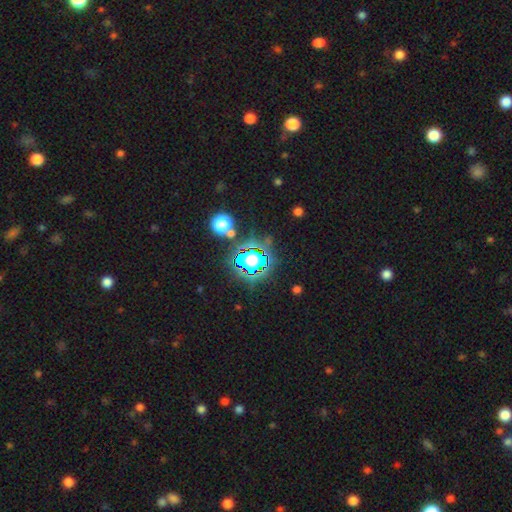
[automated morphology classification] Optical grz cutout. It shows a star or artifact, not a galaxy (77%).